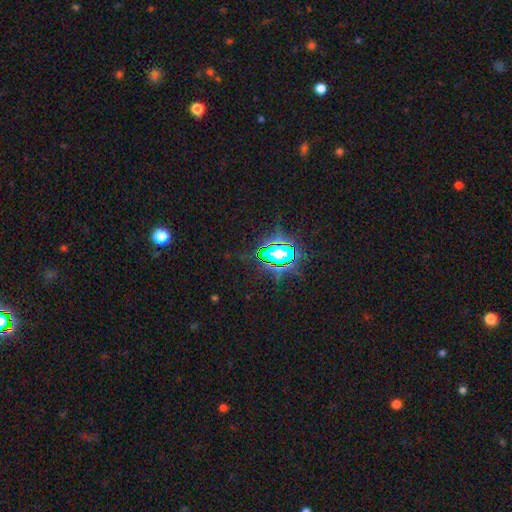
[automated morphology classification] type=star or artifact (80%).